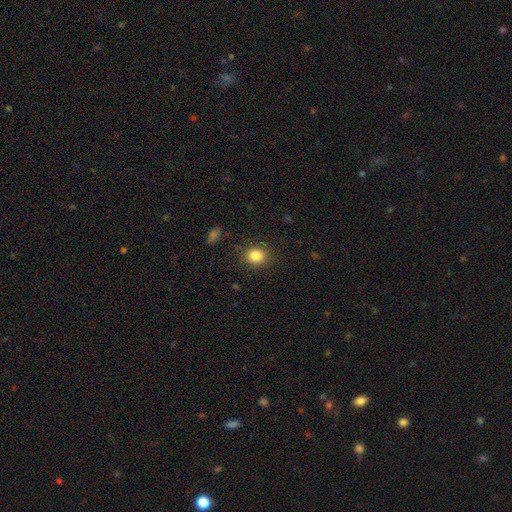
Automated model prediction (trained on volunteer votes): A smooth galaxy with no disk features (84%) that is round (72%).

Vote fractions:
- Smooth or featured? smooth: 84% / star or artifact: 10% / featured or disk: 5%
- How rounded? round: 72% / in between: 28% / cigar-shaped: 1%
- Merging? none: 87% / minor disturbance: 9% / major disturbance: 3% / merger: 1%